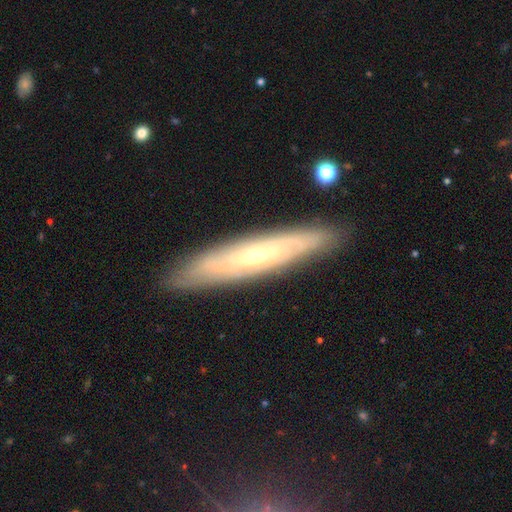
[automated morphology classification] Smooth or featured: featured or disk — 72% (smooth — 21%)
Edge-on disk: no — 50% (tied with yes — 50%)
Merging: none — 87% (minor disturbance — 10%)